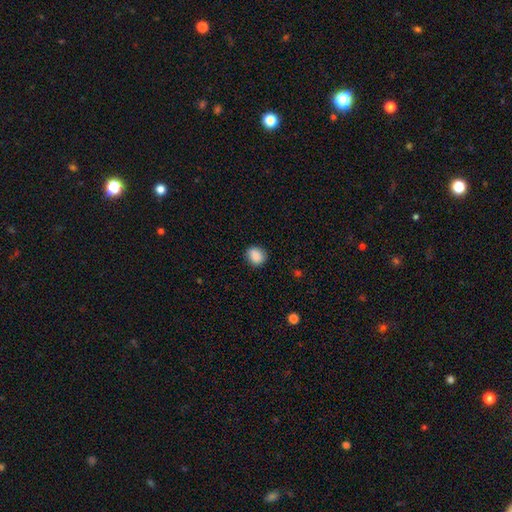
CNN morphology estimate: Smooth or featured?
  - smooth: 88% *
  - star or artifact: 8%
  - featured or disk: 3%
How rounded?
  - round: 68% *
  - in between: 31%
  - cigar-shaped: 1%
Merging?
  - none: 87% *
  - minor disturbance: 9%
  - major disturbance: 2%
  - merger: 1%